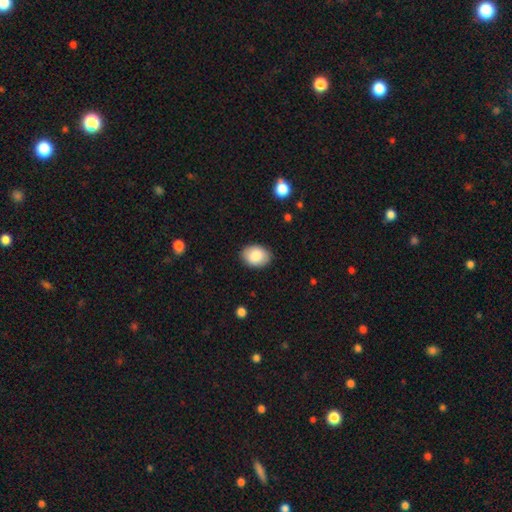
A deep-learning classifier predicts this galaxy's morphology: smooth 85%, featured or disk 8%, star or artifact 7%. Down the decision tree: how rounded — in between (71%); merging — none (87%).